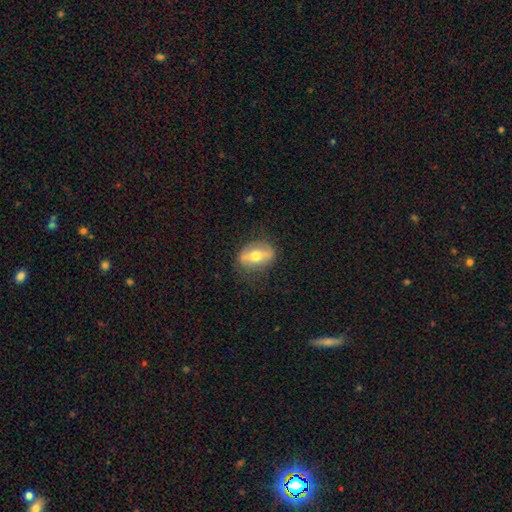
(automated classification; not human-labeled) featured or disk 55%, smooth 38%, star or artifact 7%. Down the decision tree: edge-on disk — no (72%); merging — none (78%).